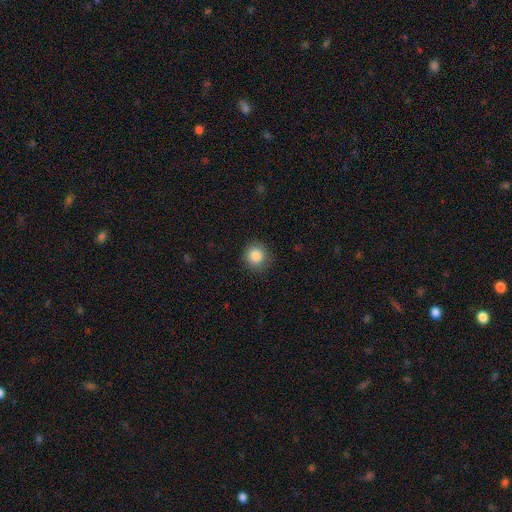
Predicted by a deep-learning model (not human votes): smooth_or_featured: smooth (p=0.86) [alt: star or artifact p=0.10]
how_rounded: round (p=0.91) [alt: in between p=0.08]
merging: none (p=0.87) [alt: minor disturbance p=0.09]